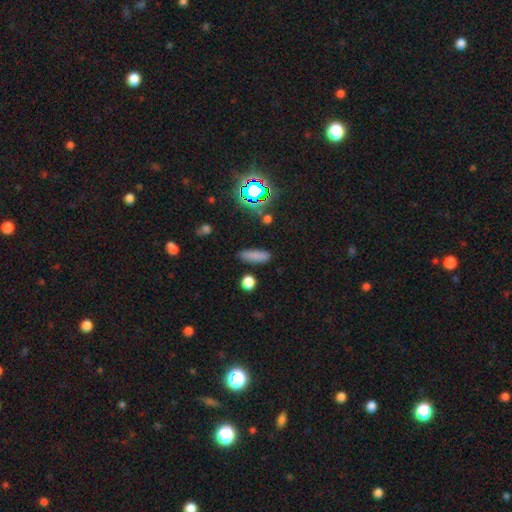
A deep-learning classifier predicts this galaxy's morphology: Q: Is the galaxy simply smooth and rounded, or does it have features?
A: smooth — 79%.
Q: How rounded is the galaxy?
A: cigar-shaped — 54%.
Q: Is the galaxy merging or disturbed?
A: none — 83%.